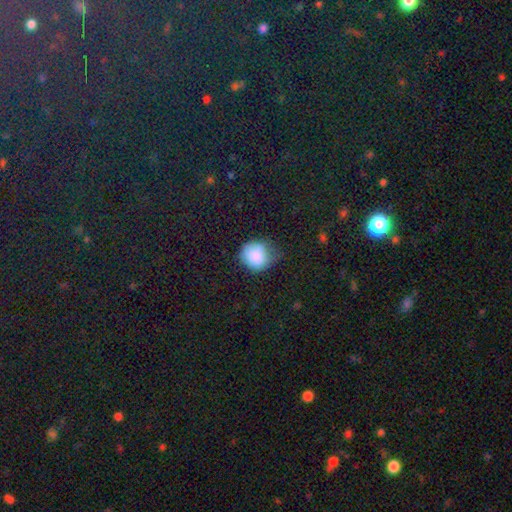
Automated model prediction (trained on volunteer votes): Morphology: type=smooth (84%); roundness=round (79%); merging=none (52%).